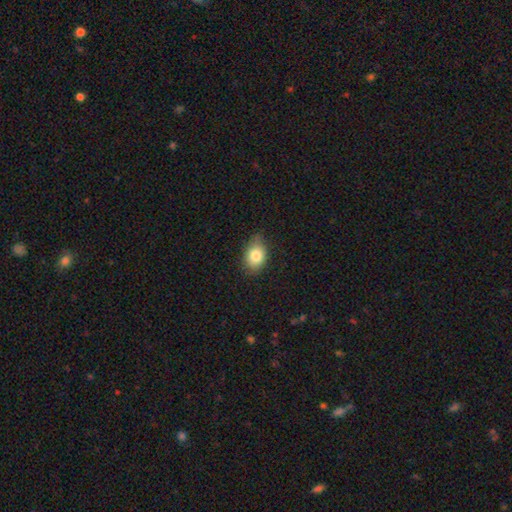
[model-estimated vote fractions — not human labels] Smooth or featured: smooth — 82% (featured or disk — 10%)
How rounded: in between — 76% (round — 23%)
Merging: none — 68% (minor disturbance — 26%)